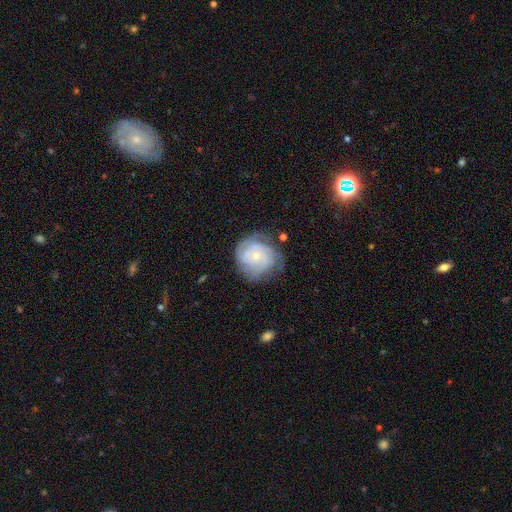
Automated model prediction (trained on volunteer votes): This appears to be a featured or disk galaxy (76%) with no bar (78%), 3 (30%, tied with can't tell) tight (65%) spiral arms (92%) and a small central bulge (70%). Merging: none (65%).